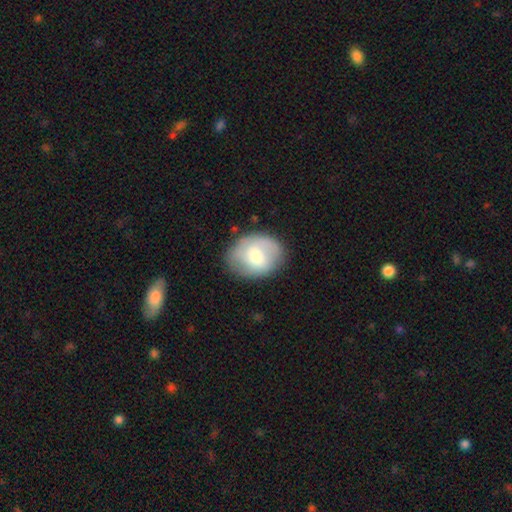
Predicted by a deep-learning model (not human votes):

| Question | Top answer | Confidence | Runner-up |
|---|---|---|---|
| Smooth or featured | smooth | 61% | featured or disk (32%) |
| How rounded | round | 52% | in between (47%) |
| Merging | none | 77% | minor disturbance (16%) |